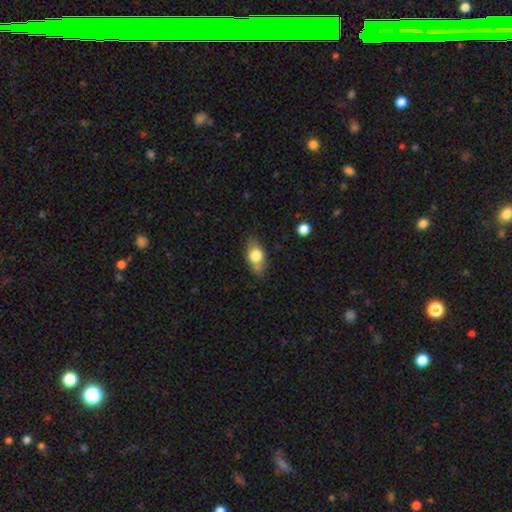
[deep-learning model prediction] Q: Smooth or featured?
A: smooth (68%); runner-up: featured or disk (24%)
Q: How rounded?
A: in between (80%); runner-up: round (12%)
Q: Merging?
A: none (70%); runner-up: minor disturbance (21%)